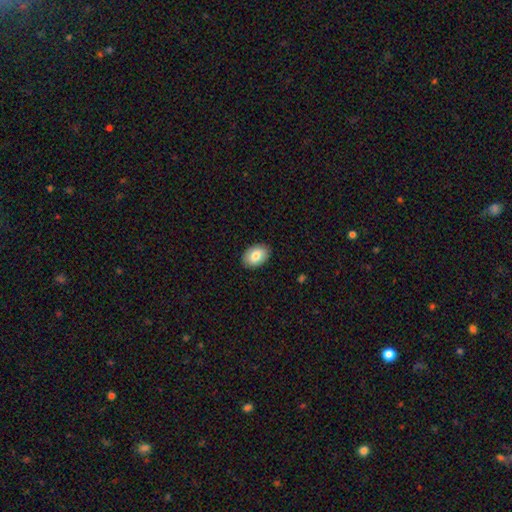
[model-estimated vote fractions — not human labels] smooth_or_featured: smooth (p=0.82) [alt: featured or disk p=0.12]
how_rounded: in between (p=0.87) [alt: round p=0.12]
merging: none (p=0.89) [alt: minor disturbance p=0.08]